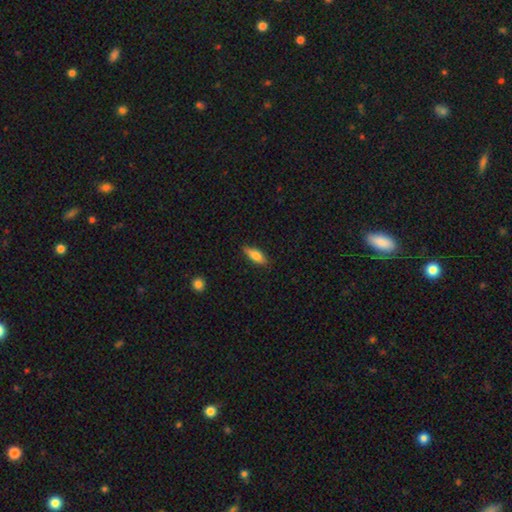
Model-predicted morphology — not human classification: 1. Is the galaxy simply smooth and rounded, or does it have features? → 74% smooth, 20% featured or disk, 6% star or artifact.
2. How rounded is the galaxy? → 67% in between, 31% cigar-shaped, 2% round.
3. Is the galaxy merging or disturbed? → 83% none, 13% minor disturbance, 2% major disturbance, 1% merger.